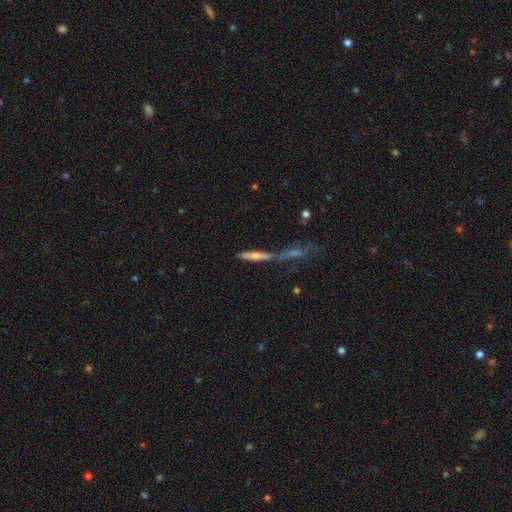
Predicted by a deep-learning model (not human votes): smooth 56%, featured or disk 36%, star or artifact 8%. Down the decision tree: how rounded — cigar-shaped (87%); merging — none (48%).